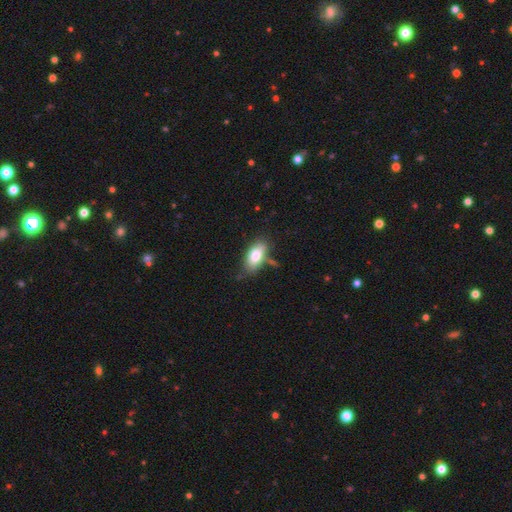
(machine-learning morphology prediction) smooth 79%, featured or disk 14%, star or artifact 7%. Down the decision tree: how rounded — in between (89%); merging — none (67%).